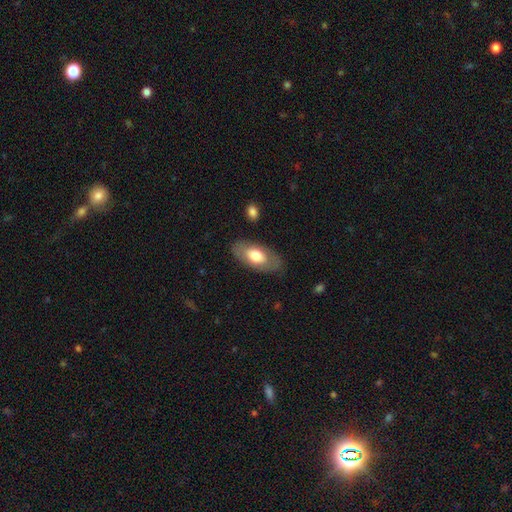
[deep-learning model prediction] Morphology: type=smooth (63%); roundness=in between (92%); merging=none (81%).